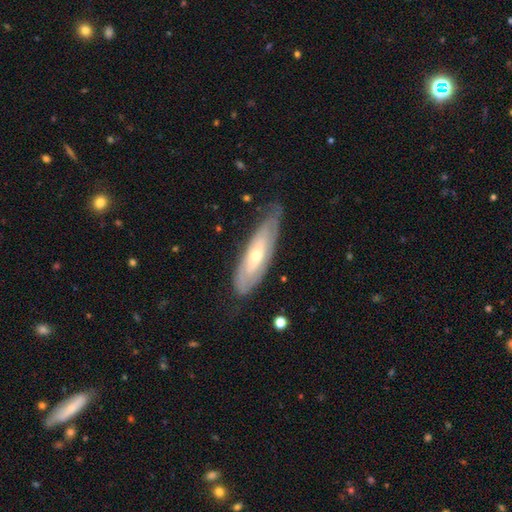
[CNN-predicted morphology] This is likely a featured or disk galaxy (62%). It is likely not viewed edge-on (69%). Merging: likely none (67%).